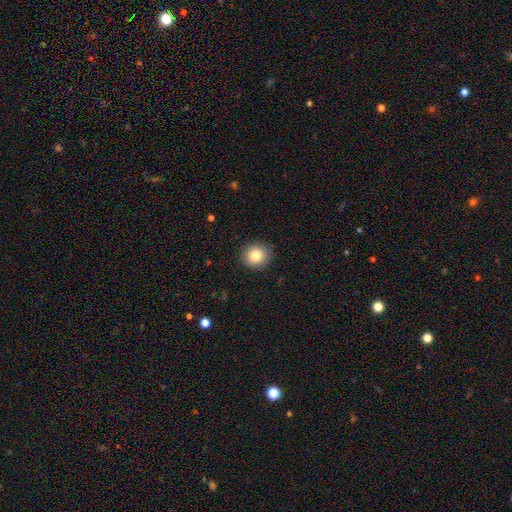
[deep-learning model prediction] Smooth or featured? Predicted: smooth (p=0.83). How rounded? Predicted: round (p=0.85). Merging? Predicted: none (p=0.90).